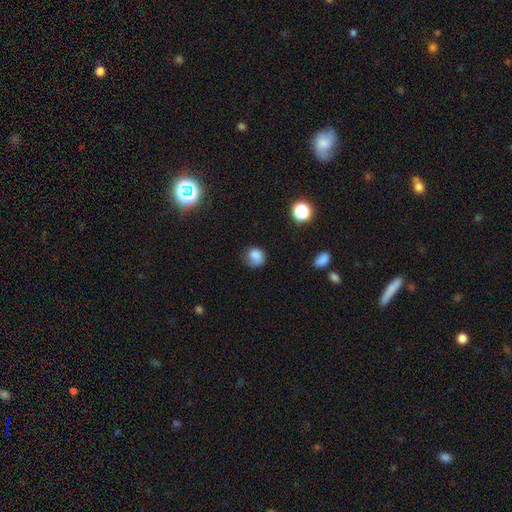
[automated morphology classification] Q: Smooth or featured?
A: smooth (79%); runner-up: star or artifact (11%)
Q: How rounded?
A: round (76%); runner-up: in between (23%)
Q: Merging?
A: none (55%); runner-up: minor disturbance (29%)